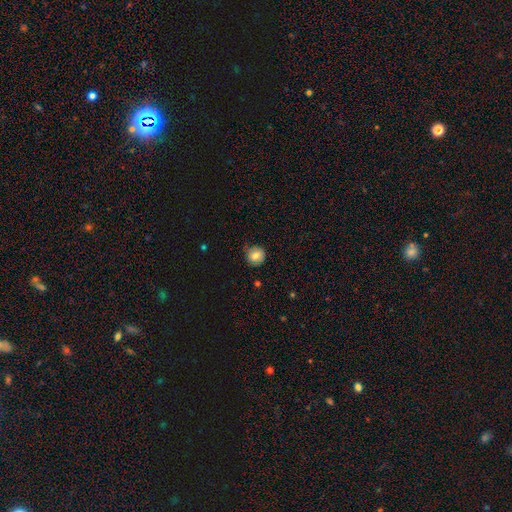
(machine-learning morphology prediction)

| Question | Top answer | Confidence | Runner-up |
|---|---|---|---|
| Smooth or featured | smooth | 73% | featured or disk (17%) |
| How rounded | round | 82% | in between (17%) |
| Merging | none | 68% | minor disturbance (23%) |